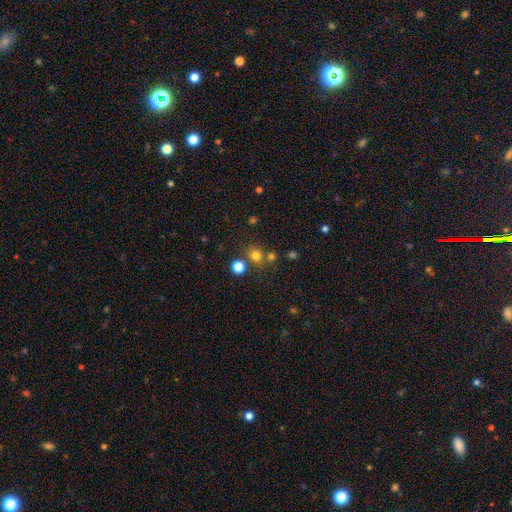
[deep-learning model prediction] Morphology: type=smooth (74%); roundness=round (89%); merging=none (73%).